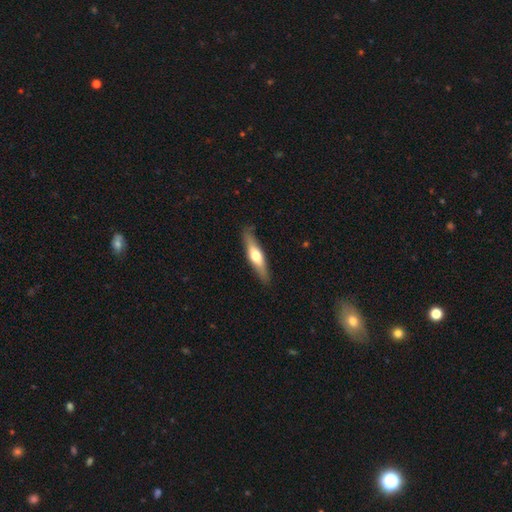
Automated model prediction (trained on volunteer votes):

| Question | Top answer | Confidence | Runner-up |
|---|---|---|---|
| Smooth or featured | featured or disk | 52% | smooth (43%) |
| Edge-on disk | yes | 89% | no (11%) |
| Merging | none | 85% | minor disturbance (11%) |